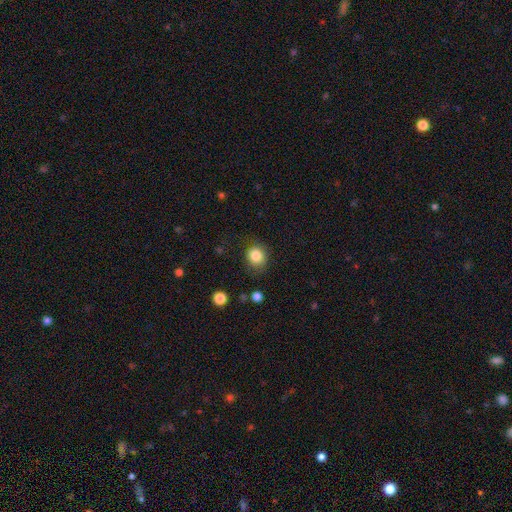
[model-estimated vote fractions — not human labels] Overall: smooth (84%). How rounded: round (79%). Merging: none (78%).